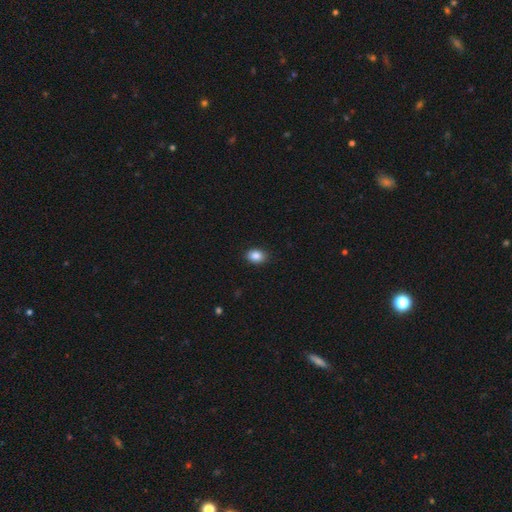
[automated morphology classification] This appears to be a smooth galaxy with no disk features (88%) that is in between round and cigar-shaped (71%). Merging: none (89%).